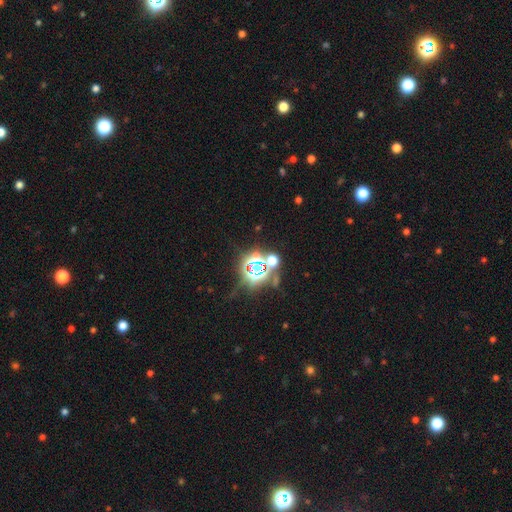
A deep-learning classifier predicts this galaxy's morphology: smooth-or-featured: star or artifact: 74% | smooth: 16% | featured or disk: 10%